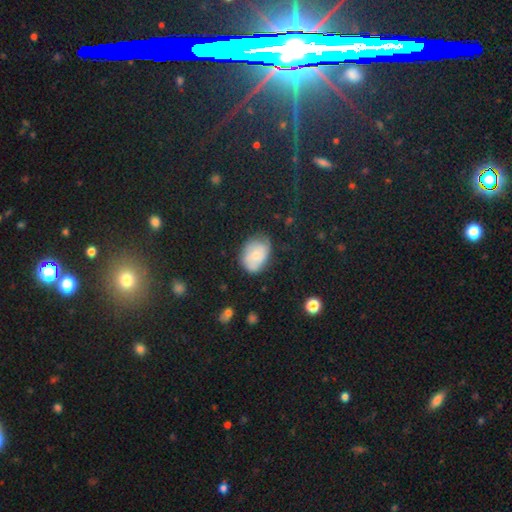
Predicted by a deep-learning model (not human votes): The model was most divided on "smooth or featured": smooth: 61%, featured or disk: 28%, star or artifact: 11%. More confident: how rounded — in between (70%); merging — none (62%).